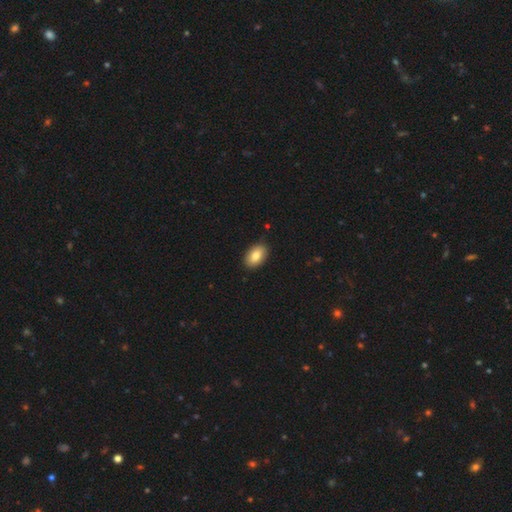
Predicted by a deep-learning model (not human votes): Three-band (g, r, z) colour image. It shows a smooth galaxy with no disk features (83%) that is in between round and cigar-shaped (91%). Merging: none (88%).